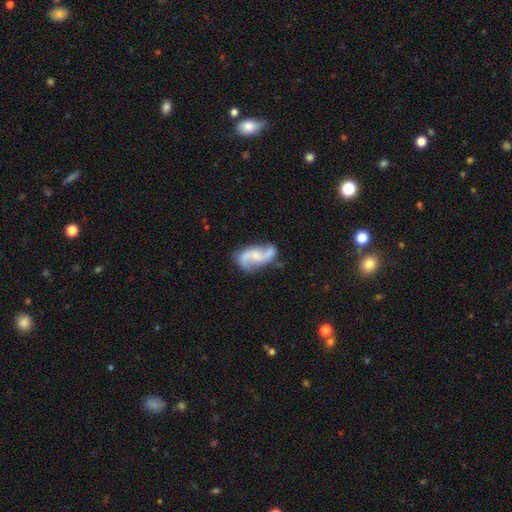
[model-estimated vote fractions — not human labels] Smooth or featured: featured or disk — 82% (smooth — 12%)
Edge-on disk: no — 97% (yes — 3%)
Bar: no — 50% (weak — 38%)
Spiral arms: yes — 95% (no — 5%)
Spiral winding: loose — 65% (medium — 28%)
Spiral arm count: 2 — 92% (can't tell — 3%)
Bulge size: small — 42% (moderate — 28%)
Merging: none — 63% (minor disturbance — 20%)